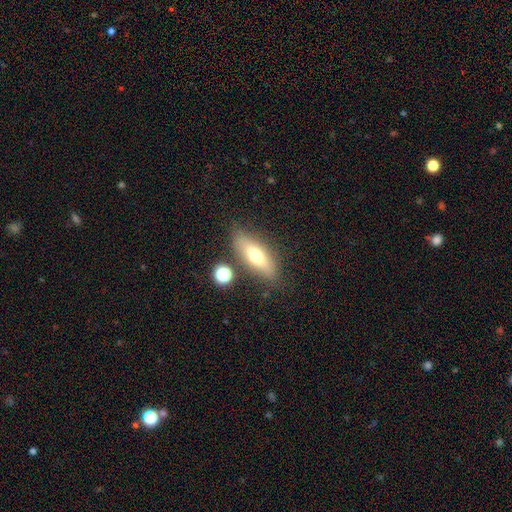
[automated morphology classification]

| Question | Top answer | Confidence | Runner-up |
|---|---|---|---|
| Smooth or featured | smooth | 62% | featured or disk (30%) |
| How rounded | in between | 59% | cigar-shaped (38%) |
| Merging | none | 77% | minor disturbance (13%) |